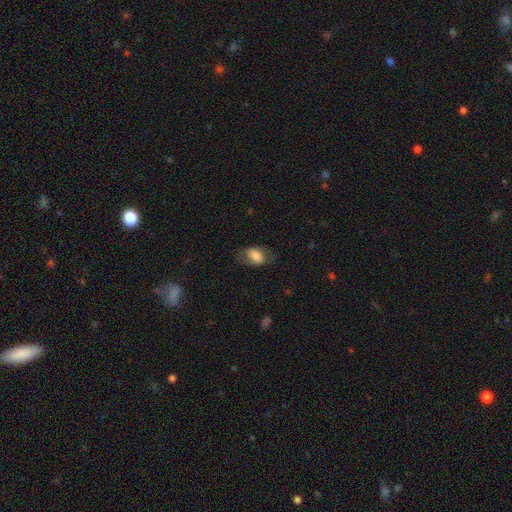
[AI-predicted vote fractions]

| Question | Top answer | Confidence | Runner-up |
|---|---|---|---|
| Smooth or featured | smooth | 71% | featured or disk (21%) |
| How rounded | in between | 87% | round (11%) |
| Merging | none | 65% | minor disturbance (22%) |